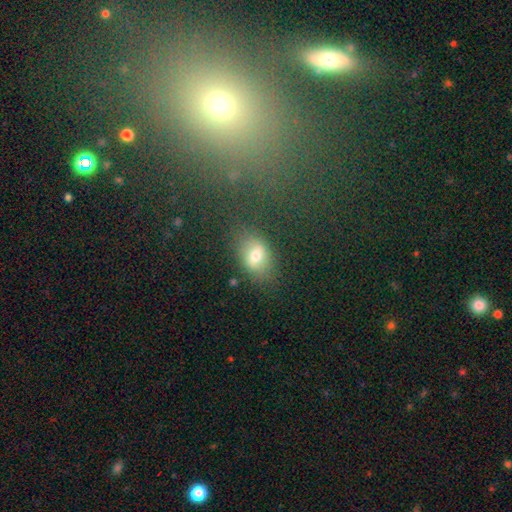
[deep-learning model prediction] Smooth or featured?
  - smooth: 65% *
  - featured or disk: 22%
  - star or artifact: 13%
How rounded?
  - in between: 75% *
  - round: 22%
  - cigar-shaped: 2%
Merging?
  - none: 74% *
  - minor disturbance: 16%
  - major disturbance: 6%
  - merger: 5%